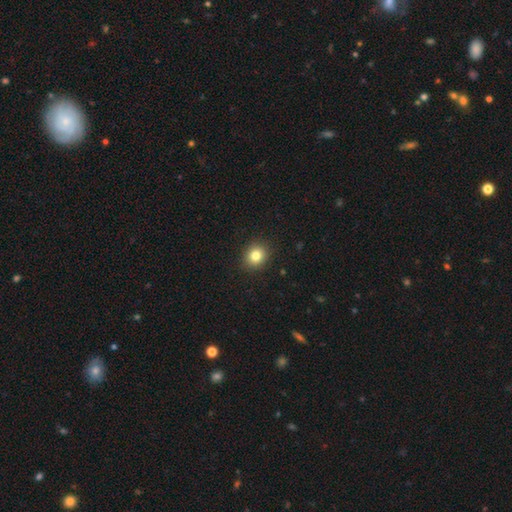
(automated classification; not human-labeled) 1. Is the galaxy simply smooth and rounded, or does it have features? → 82% smooth, 11% star or artifact, 7% featured or disk.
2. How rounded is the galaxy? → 79% round, 20% in between, 1% cigar-shaped.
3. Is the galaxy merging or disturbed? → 91% none, 6% minor disturbance, 2% major disturbance, 1% merger.